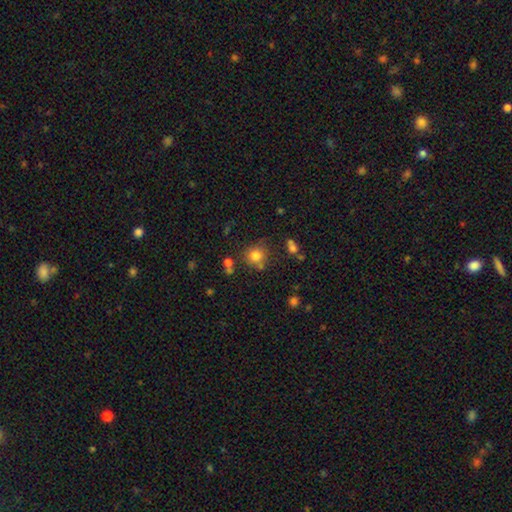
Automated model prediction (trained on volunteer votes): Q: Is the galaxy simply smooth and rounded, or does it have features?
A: smooth — 79%.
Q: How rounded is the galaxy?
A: round — 88%.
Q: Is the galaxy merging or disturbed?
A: none — 71%.